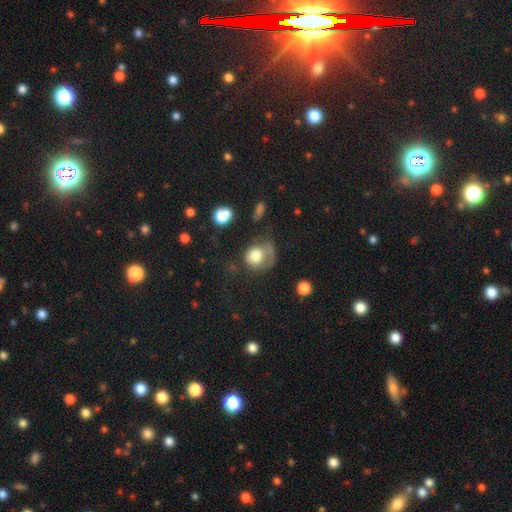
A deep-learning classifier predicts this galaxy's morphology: smooth_or_featured: smooth (p=0.71) [alt: featured or disk p=0.20]
how_rounded: round (p=0.70) [alt: in between p=0.29]
merging: major disturbance (p=0.40) [alt: none p=0.30]